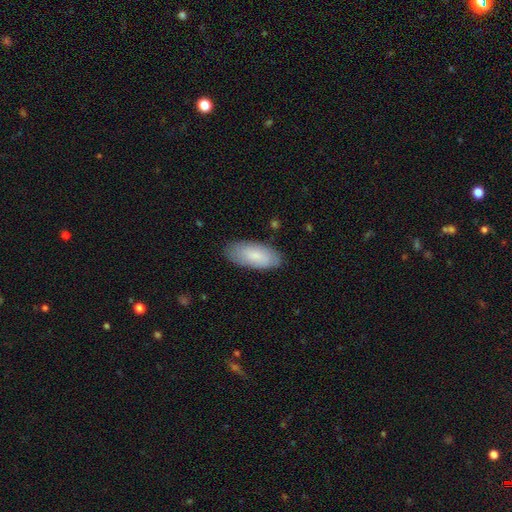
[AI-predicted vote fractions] A smooth galaxy with no disk features (77%) that is in between round and cigar-shaped (87%). Merging: none (83%).